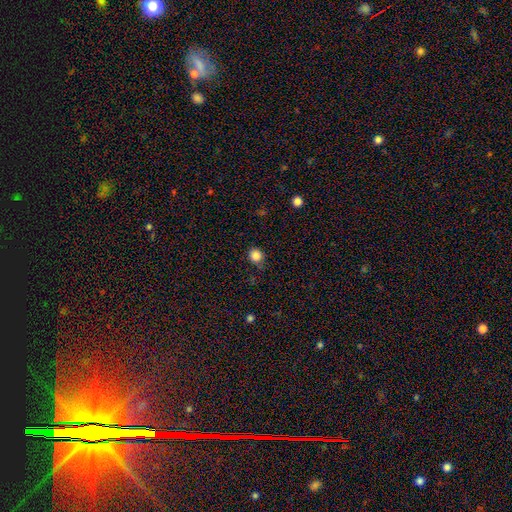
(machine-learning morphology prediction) Smooth or featured: smooth — 85% (star or artifact — 12%)
How rounded: round — 87% (in between — 12%)
Merging: none — 80% (minor disturbance — 15%)